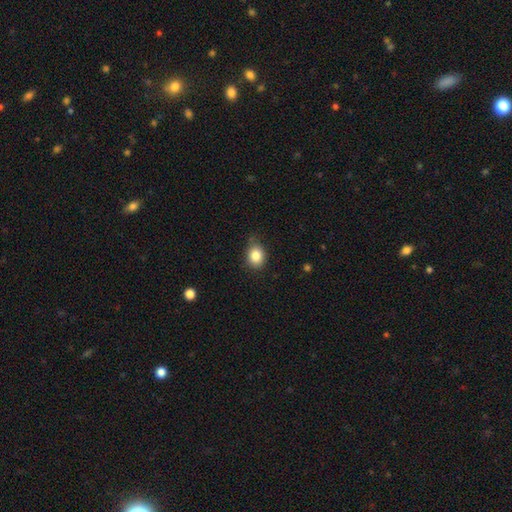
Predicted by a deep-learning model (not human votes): A smooth galaxy with no disk features (84%) that is round (54%). Merging: none (72%).